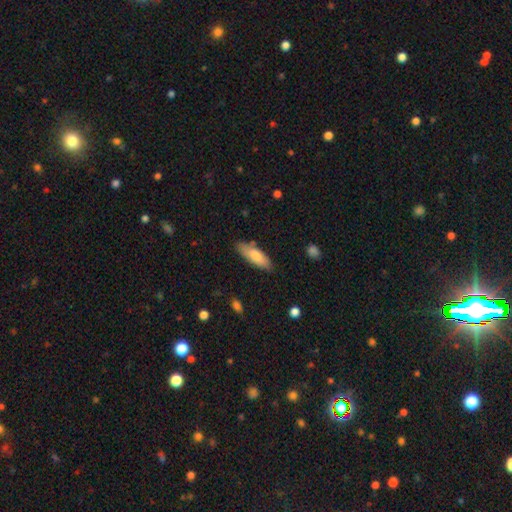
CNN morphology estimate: Smooth or featured? Predicted: smooth (p=0.76). How rounded? Predicted: in between (p=0.63). Merging? Predicted: none (p=0.77).